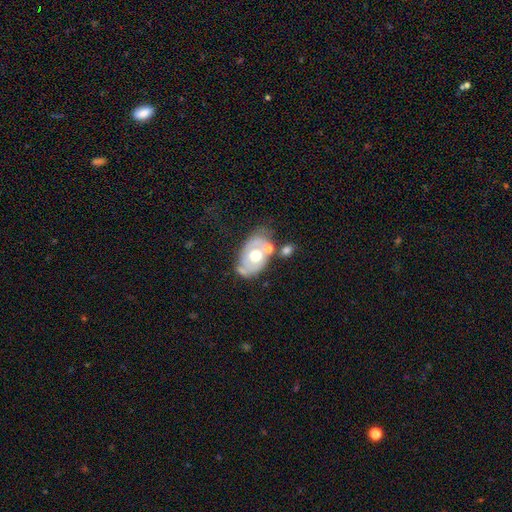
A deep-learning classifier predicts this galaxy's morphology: type=featured or disk (56%); edge-on=no (92%); bar=no (87%); spiral arms=no (70%); bulge=moderate (70%); merging=none (48%).